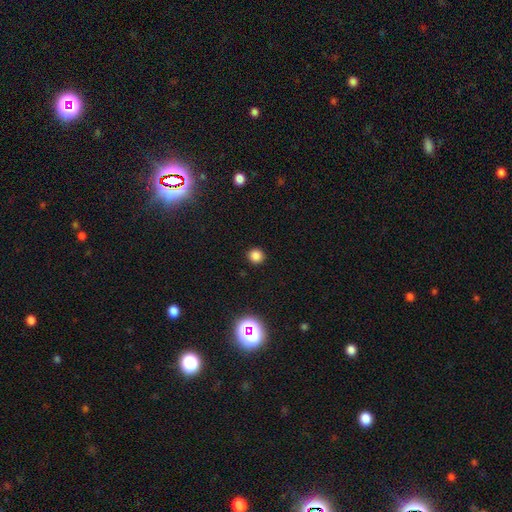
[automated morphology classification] A smooth galaxy with no disk features (81%) that is round (92%).

Vote fractions:
- Smooth or featured? smooth: 81% / star or artifact: 15% / featured or disk: 4%
- How rounded? round: 92% / in between: 7% / cigar-shaped: 1%
- Merging? none: 92% / minor disturbance: 5% / major disturbance: 2% / merger: 1%